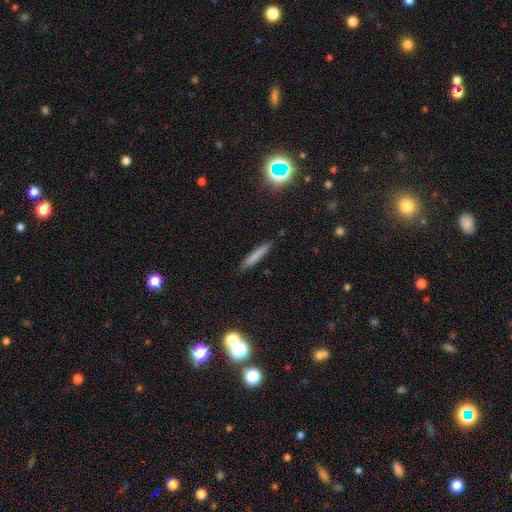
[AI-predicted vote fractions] Smooth or featured? Predicted: smooth (p=0.76). How rounded? Predicted: cigar-shaped (p=0.93). Merging? Predicted: none (p=0.88).